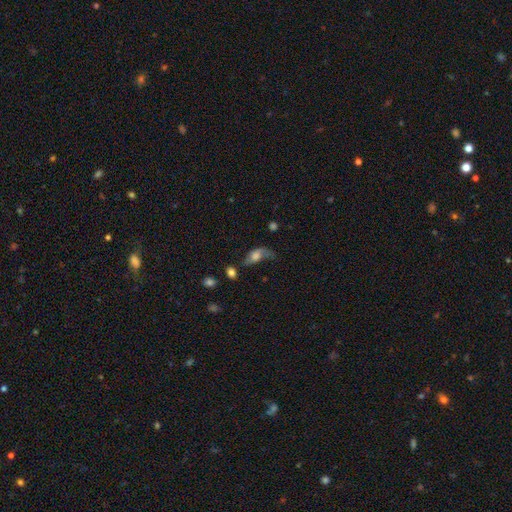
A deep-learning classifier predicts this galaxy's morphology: featured or disk 46%, smooth 44%, star or artifact 10%. Down the decision tree: merging — major disturbance (36%).